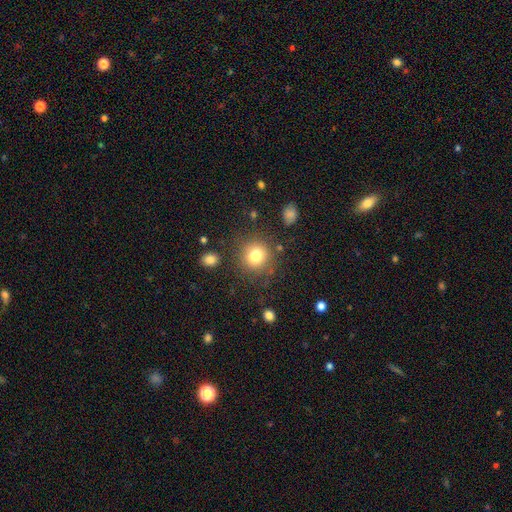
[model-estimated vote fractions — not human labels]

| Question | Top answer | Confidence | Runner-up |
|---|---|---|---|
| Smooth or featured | smooth | 79% | star or artifact (12%) |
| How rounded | round | 90% | in between (9%) |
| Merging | none | 82% | minor disturbance (10%) |